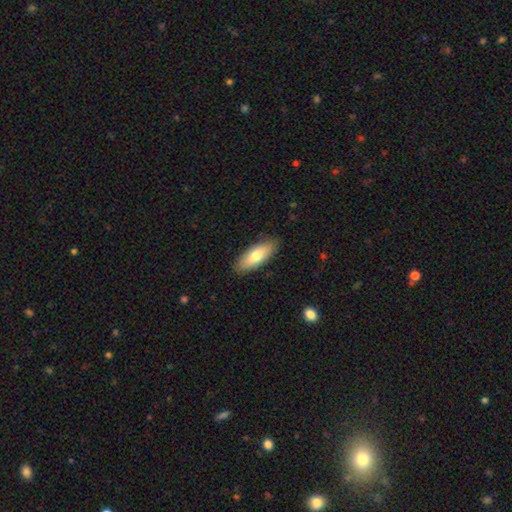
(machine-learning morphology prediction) This appears to be a smooth galaxy with no disk features (74%) that is in between round and cigar-shaped (75%). Merging: none (87%).